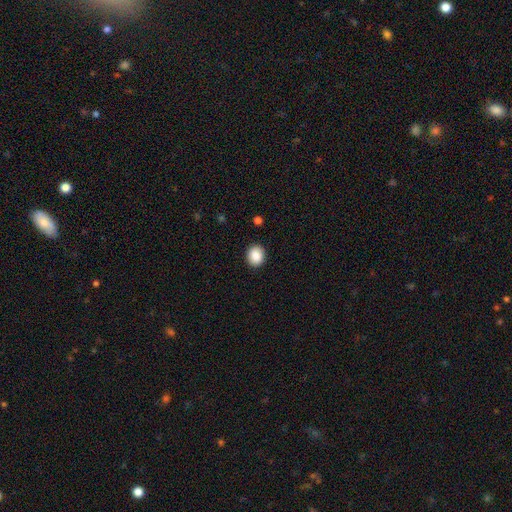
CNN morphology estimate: A smooth galaxy with no disk features (88%) that is round (73%). Merging: none (91%).